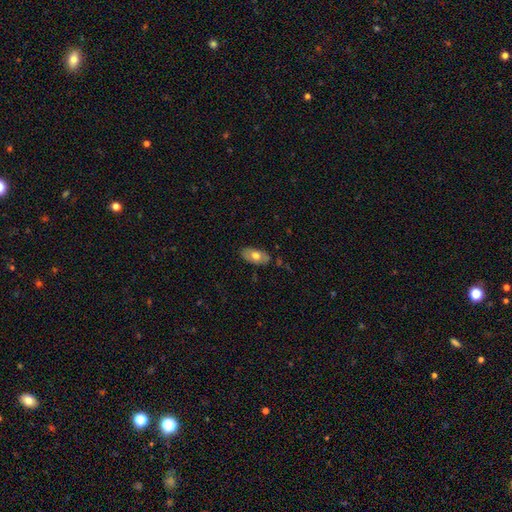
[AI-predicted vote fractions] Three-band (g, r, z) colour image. It shows a smooth galaxy with no disk features (65%) that is in between round and cigar-shaped (92%). Merging: none (80%).